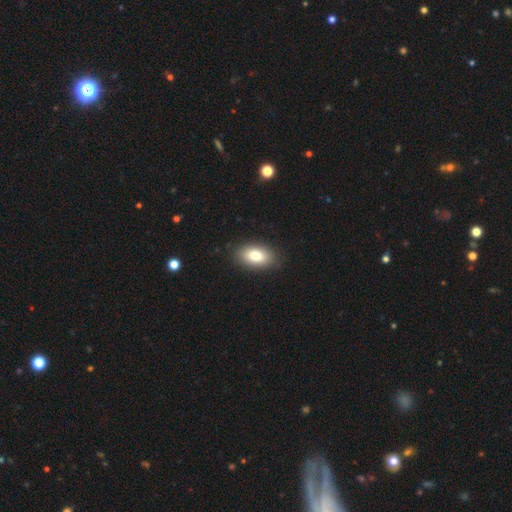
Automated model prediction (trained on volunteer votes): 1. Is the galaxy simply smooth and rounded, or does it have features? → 79% smooth, 13% featured or disk, 8% star or artifact.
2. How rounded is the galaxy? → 90% in between, 8% round, 2% cigar-shaped.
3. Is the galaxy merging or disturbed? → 87% none, 9% minor disturbance, 2% major disturbance, 1% merger.